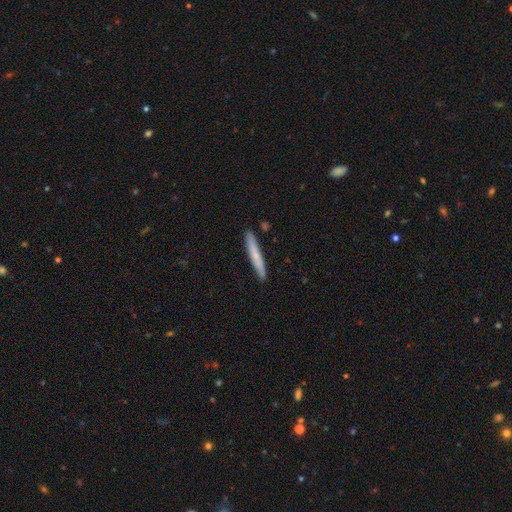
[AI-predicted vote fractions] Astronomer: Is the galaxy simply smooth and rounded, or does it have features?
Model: smooth — 63%.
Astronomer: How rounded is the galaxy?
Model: cigar-shaped — 96%.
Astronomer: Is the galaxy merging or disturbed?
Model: none — 87%.